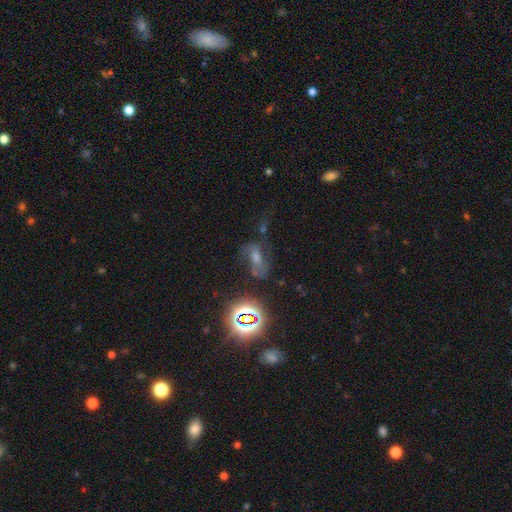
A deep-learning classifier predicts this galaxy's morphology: Smooth or featured: star or artifact — 38% (tied with featured or disk — 38%)